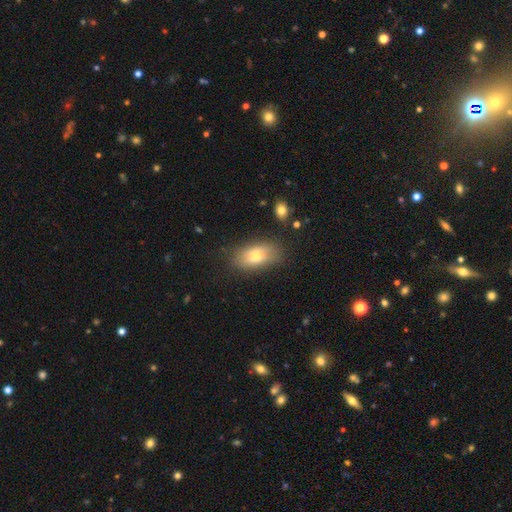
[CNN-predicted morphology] This is likely a smooth galaxy (70%). How rounded: clearly in between (89%). Merging: likely none (78%).